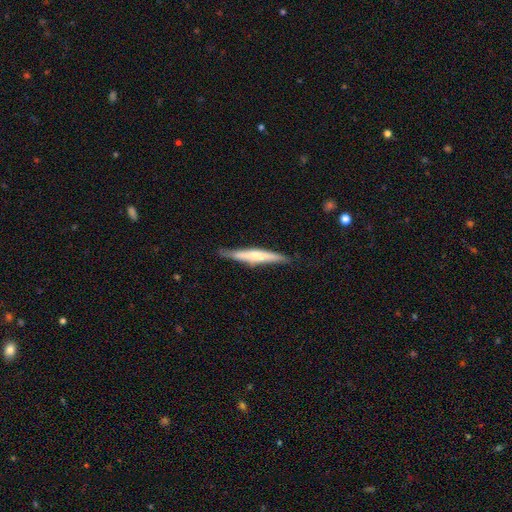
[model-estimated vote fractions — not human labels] Morphology: type=featured or disk (52%); edge-on=yes (95%); merging=none (83%).